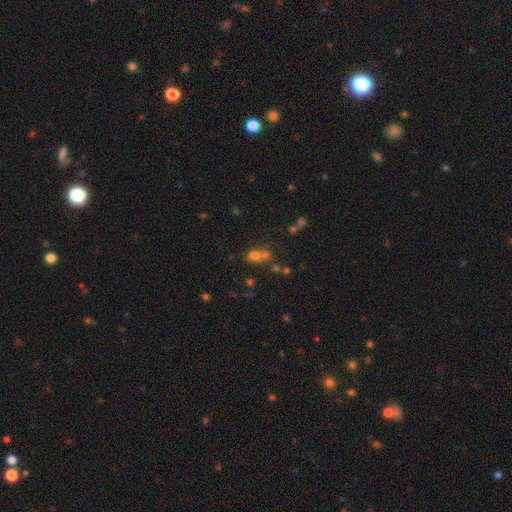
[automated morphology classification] Smooth or featured?
  - smooth: 66% *
  - star or artifact: 22%
  - featured or disk: 13%
How rounded?
  - round: 49% * (tied)
  - in between: 49% * (tied)
  - cigar-shaped: 2%
Merging?
  - merger: 48% *
  - none: 37%
  - minor disturbance: 9%
  - major disturbance: 5%